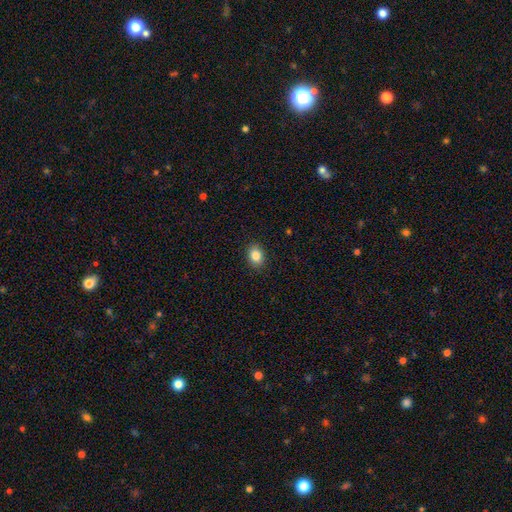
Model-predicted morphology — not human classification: smooth 85%, star or artifact 9%, featured or disk 6%. Down the decision tree: how rounded — in between (63%); merging — none (90%).